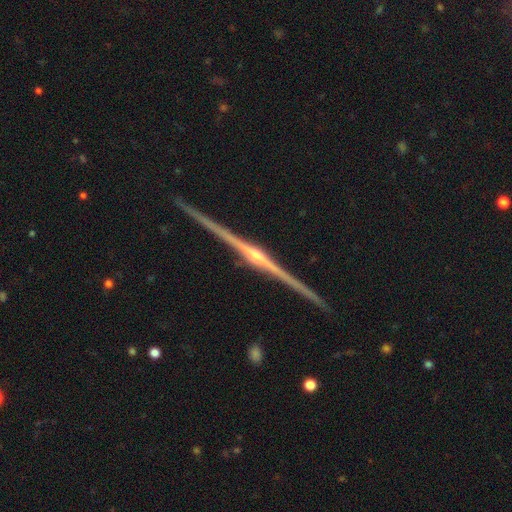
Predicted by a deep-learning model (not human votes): Morphology: type=featured or disk (87%); edge-on=yes (98%); edge-on bulge=rounded (85%); merging=none (87%).